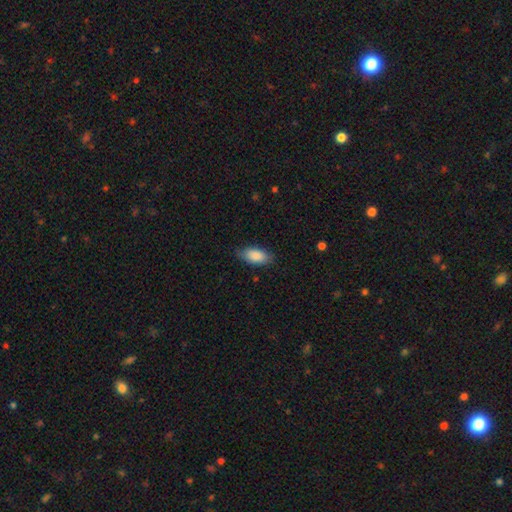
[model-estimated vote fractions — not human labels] Smooth or featured? smooth (88%)
How rounded? in between (91%)
Merging? none (80%)